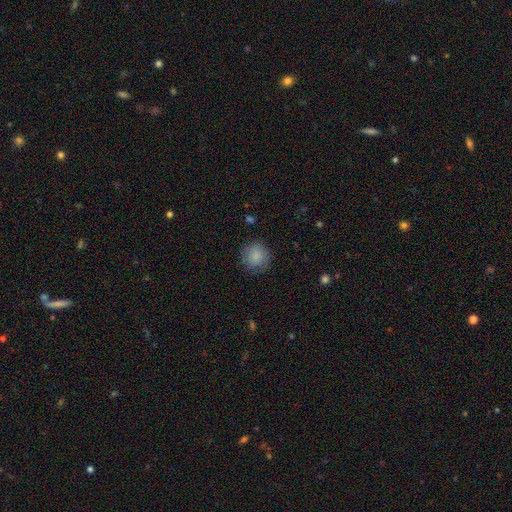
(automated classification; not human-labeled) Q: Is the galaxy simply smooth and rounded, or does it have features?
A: smooth — 86%.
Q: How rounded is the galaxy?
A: round — 88%.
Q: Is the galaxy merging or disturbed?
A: none — 80%.